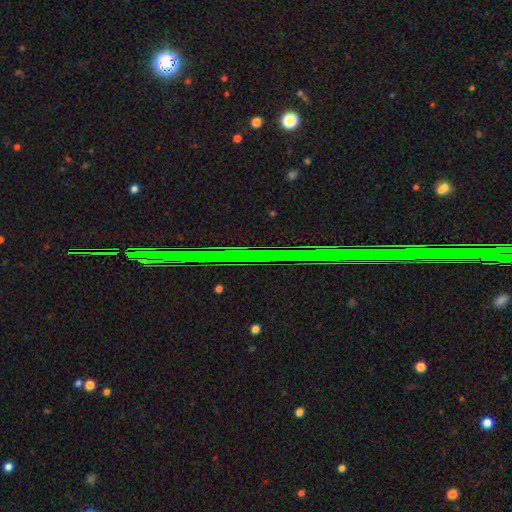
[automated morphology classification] star or artifact 81%, featured or disk 12%, smooth 8%.